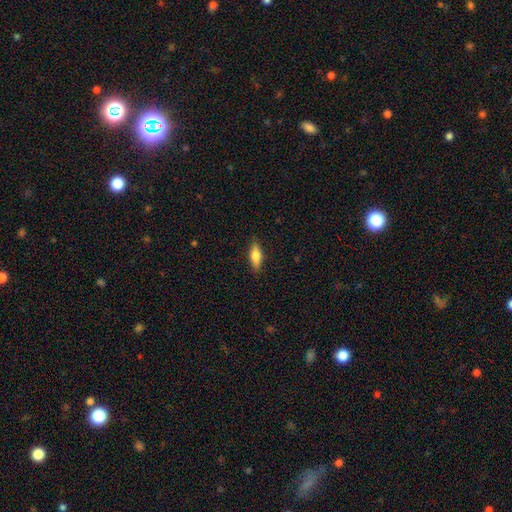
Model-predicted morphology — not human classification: This appears to be a smooth galaxy with no disk features (75%) that is in between round and cigar-shaped (63%). Merging: none (86%).